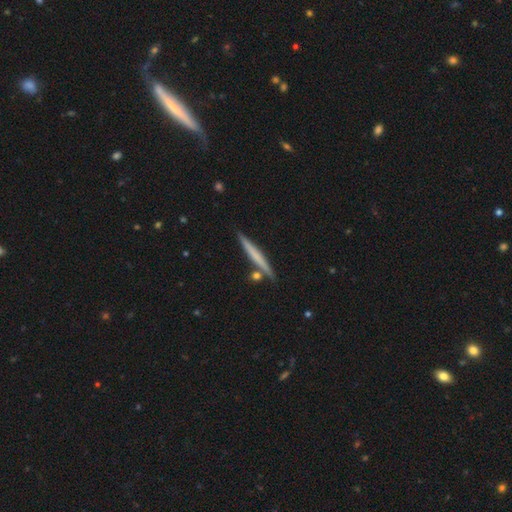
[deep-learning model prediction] Smooth or featured: smooth — 53% (featured or disk — 42%)
How rounded: cigar-shaped — 96% (in between — 2%)
Merging: none — 85% (minor disturbance — 8%)